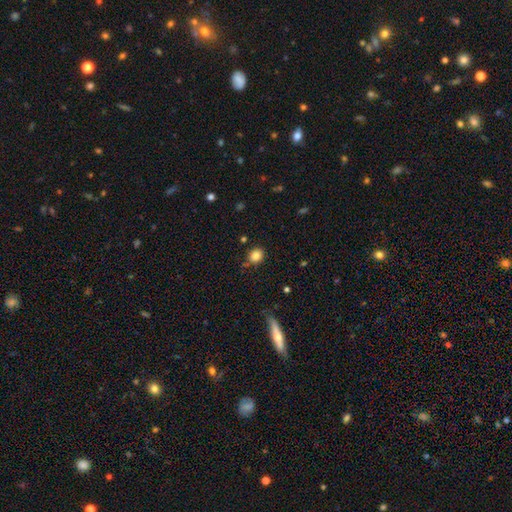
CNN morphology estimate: Smooth or featured? Predicted: smooth (p=0.84). How rounded? Predicted: round (p=0.72). Merging? Predicted: none (p=0.79).